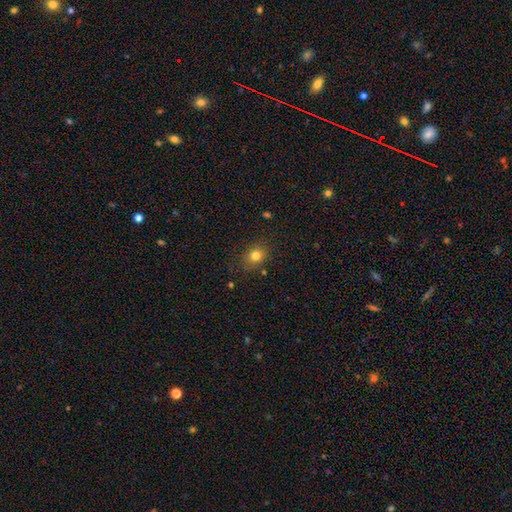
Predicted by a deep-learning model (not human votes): A smooth galaxy with no disk features (79%) that is round (59%).

Vote fractions:
- Smooth or featured? smooth: 79% / star or artifact: 13% / featured or disk: 8%
- How rounded? round: 59% / in between: 40% / cigar-shaped: 1%
- Merging? none: 81% / minor disturbance: 13% / major disturbance: 4% / merger: 2%